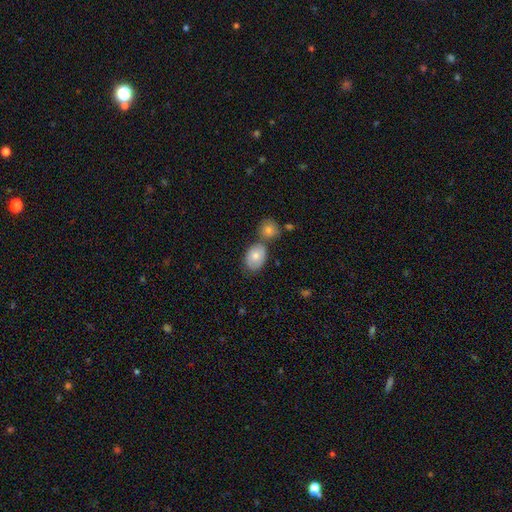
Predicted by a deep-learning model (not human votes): The model was most divided on "merging": none: 49%, merger: 34%, minor disturbance: 14%, major disturbance: 4%. More confident: how rounded — in between (79%); smooth or featured — smooth (76%).